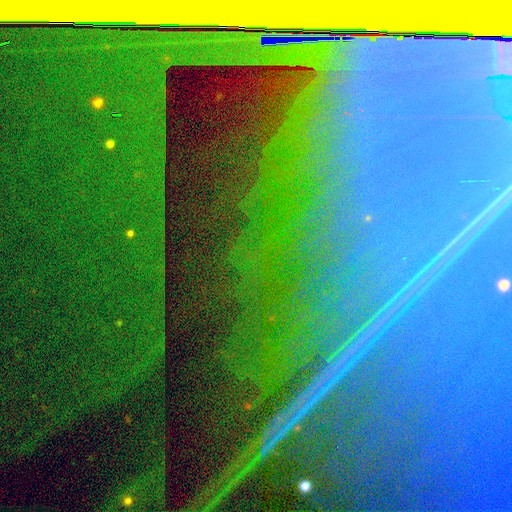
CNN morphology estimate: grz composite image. It shows a star or artifact, not a galaxy (86%).